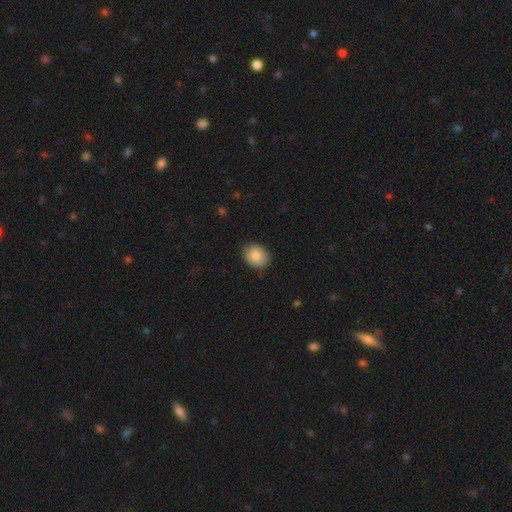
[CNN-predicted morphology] A smooth galaxy with no disk features (86%) that is round (54%).

Vote fractions:
- Smooth or featured? smooth: 86% / star or artifact: 8% / featured or disk: 6%
- How rounded? round: 54% / in between: 45% / cigar-shaped: 1%
- Merging? none: 85% / minor disturbance: 12% / major disturbance: 2% / merger: 1%